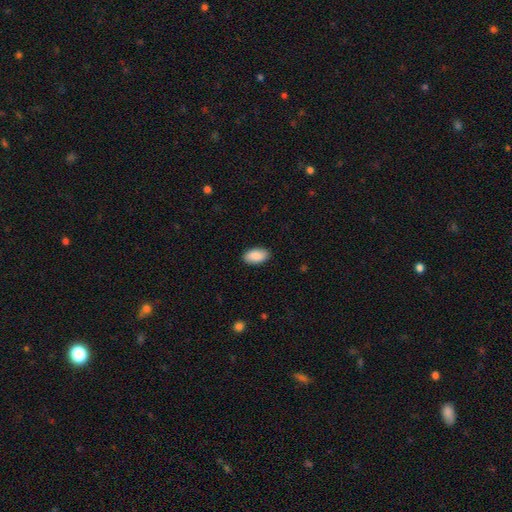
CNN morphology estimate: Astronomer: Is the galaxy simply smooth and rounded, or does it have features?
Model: smooth — 88%.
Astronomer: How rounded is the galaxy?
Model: in between — 95%.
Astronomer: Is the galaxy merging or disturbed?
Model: none — 88%.